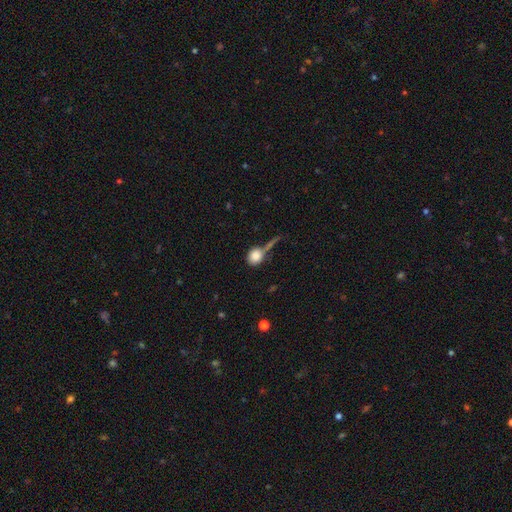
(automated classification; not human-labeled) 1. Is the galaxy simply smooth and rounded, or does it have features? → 82% smooth, 9% featured or disk, 9% star or artifact.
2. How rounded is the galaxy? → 73% round, 24% in between, 3% cigar-shaped.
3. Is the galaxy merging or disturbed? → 44% none, 21% merger, 18% minor disturbance, 16% major disturbance.